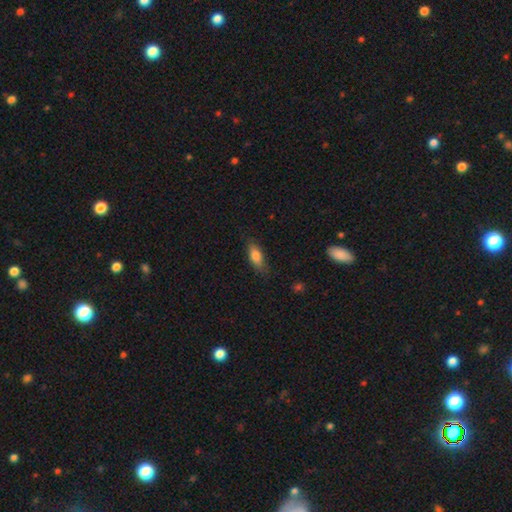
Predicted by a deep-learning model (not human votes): Smooth or featured: smooth — 80% (featured or disk — 13%)
How rounded: in between — 74% (cigar-shaped — 23%)
Merging: none — 79% (minor disturbance — 17%)